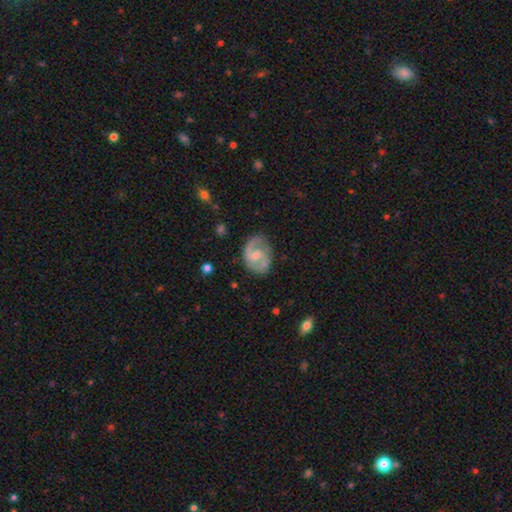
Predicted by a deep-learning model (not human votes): A featured or disk galaxy (85%) with a weak bar (52%), 2 (90%) medium (57%) spiral arms (96%) and a small central bulge (47%). Merging: none (78%).